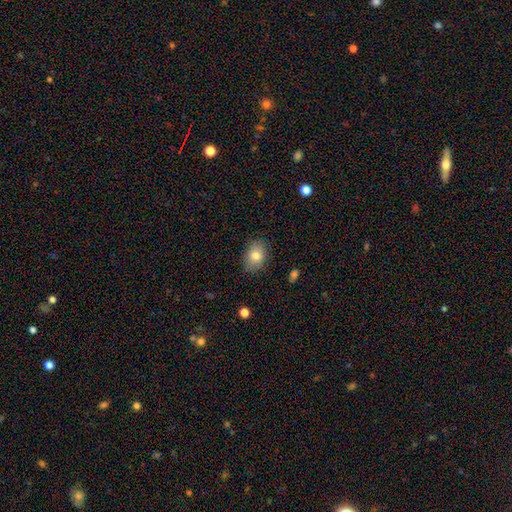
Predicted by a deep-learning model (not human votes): A smooth galaxy with no disk features (79%) that is in between round and cigar-shaped (74%).

Vote fractions:
- Smooth or featured? smooth: 79% / featured or disk: 13% / star or artifact: 9%
- How rounded? in between: 74% / round: 25% / cigar-shaped: 1%
- Merging? none: 84% / minor disturbance: 12% / major disturbance: 3% / merger: 1%